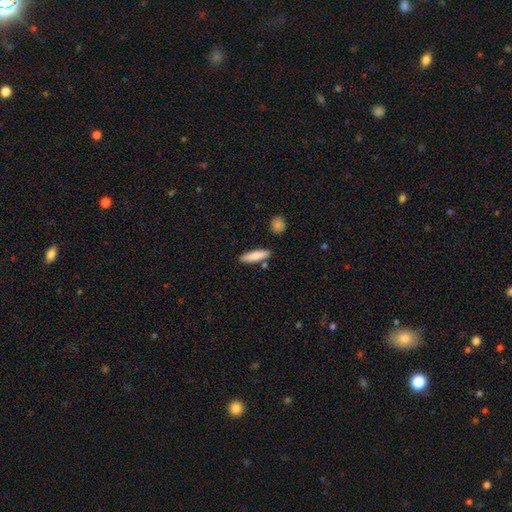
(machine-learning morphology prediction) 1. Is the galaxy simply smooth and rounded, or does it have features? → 82% smooth, 12% featured or disk, 6% star or artifact.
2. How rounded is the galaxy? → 68% cigar-shaped, 30% in between, 2% round.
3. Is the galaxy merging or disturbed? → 83% none, 10% minor disturbance, 5% merger, 2% major disturbance.